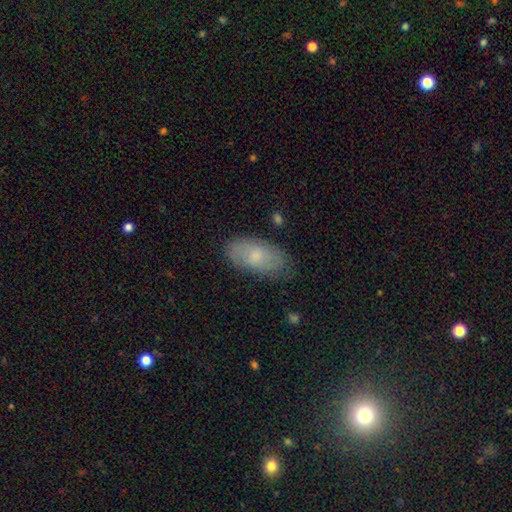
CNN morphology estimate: This appears to be a smooth galaxy with no disk features (58%) that is in between round and cigar-shaped (92%). Merging: none (75%).